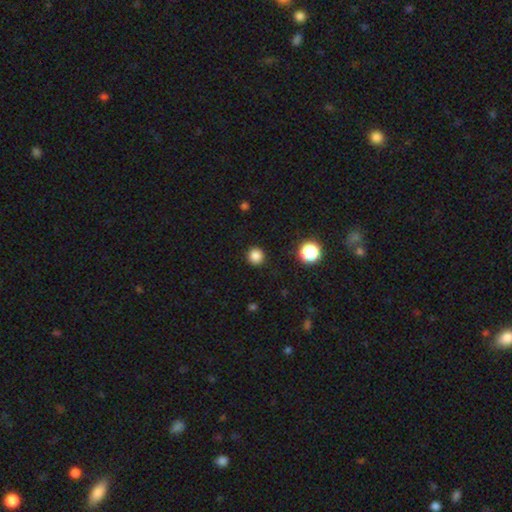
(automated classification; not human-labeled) A smooth galaxy with no disk features (84%) that is round (95%).

Vote fractions:
- Smooth or featured? smooth: 84% / star or artifact: 13% / featured or disk: 3%
- How rounded? round: 95% / in between: 5% / cigar-shaped: 1%
- Merging? none: 92% / minor disturbance: 5% / major disturbance: 2% / merger: 1%